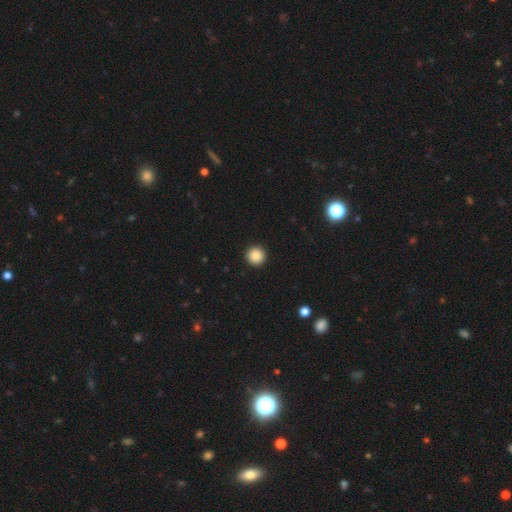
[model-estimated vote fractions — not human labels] The model was most divided on "smooth or featured": smooth: 88%, star or artifact: 9%, featured or disk: 3%. More confident: how rounded — round (96%); merging — none (93%).